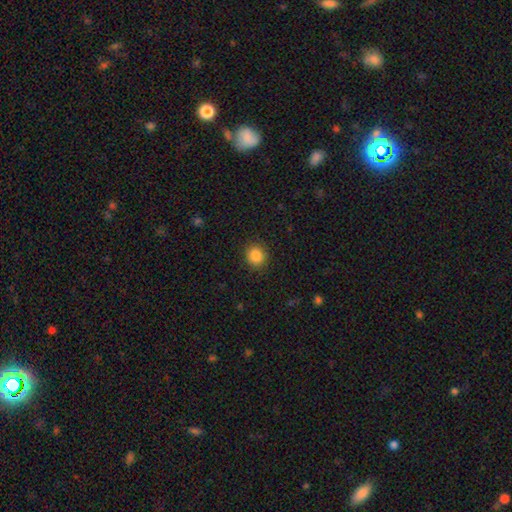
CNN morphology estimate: This appears to be a smooth galaxy with no disk features (87%) that is round (87%). Merging: none (90%).